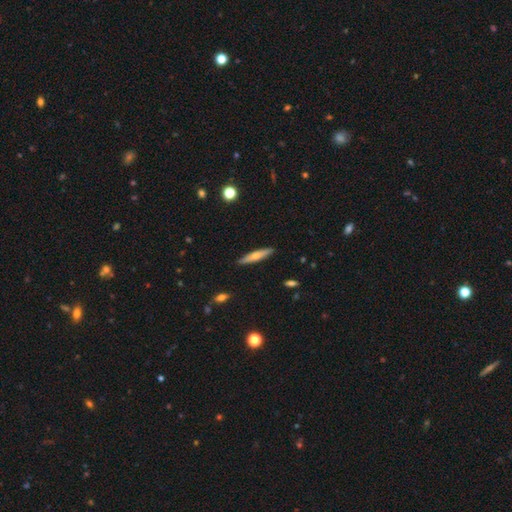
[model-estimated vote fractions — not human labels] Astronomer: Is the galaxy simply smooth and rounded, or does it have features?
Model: smooth — 53% (runner-up: featured or disk, 40%).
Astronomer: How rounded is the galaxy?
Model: cigar-shaped — 88%.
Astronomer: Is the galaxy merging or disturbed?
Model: none — 90%.